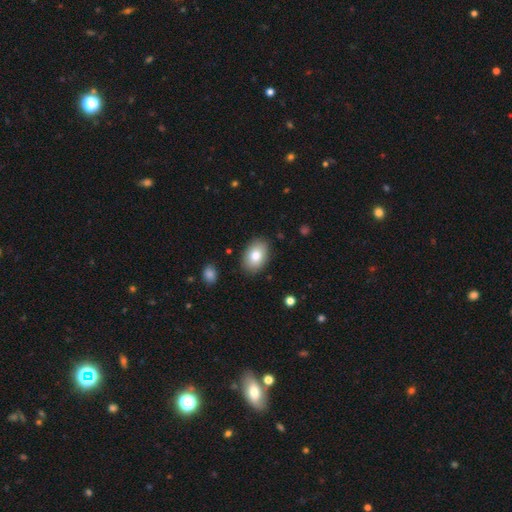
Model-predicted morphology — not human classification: The model was most divided on "smooth or featured": smooth: 80%, featured or disk: 12%, star or artifact: 7%. More confident: merging — none (87%); how rounded — in between (85%).